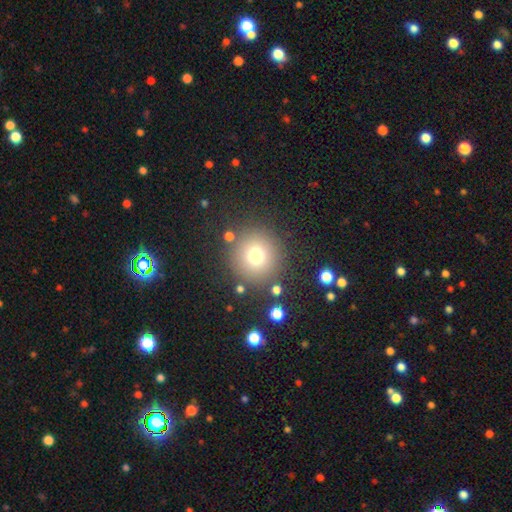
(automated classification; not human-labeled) A smooth galaxy with no disk features (72%) that is round (95%). Merging: none (84%).